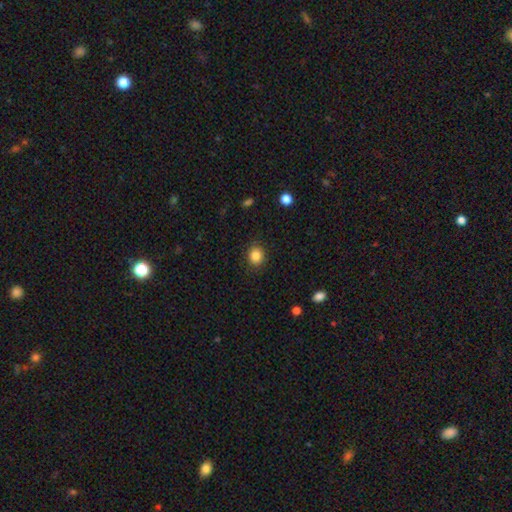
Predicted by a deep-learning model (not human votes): This is clearly a smooth galaxy (85%). How rounded: likely round (71%). Merging: clearly none (86%).